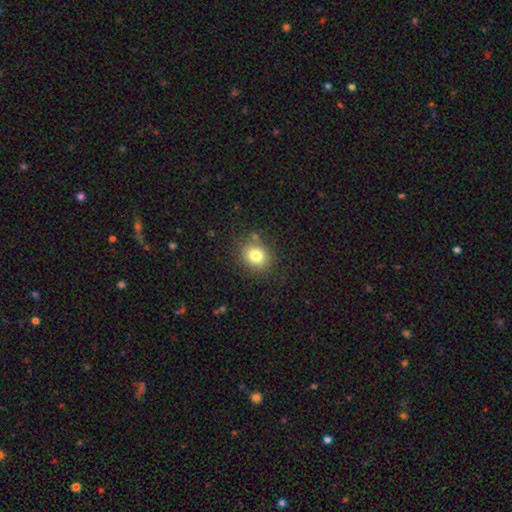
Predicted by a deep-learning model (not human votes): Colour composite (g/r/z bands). It shows a smooth galaxy with no disk features (79%) that is round (67%). Merging: none (81%).